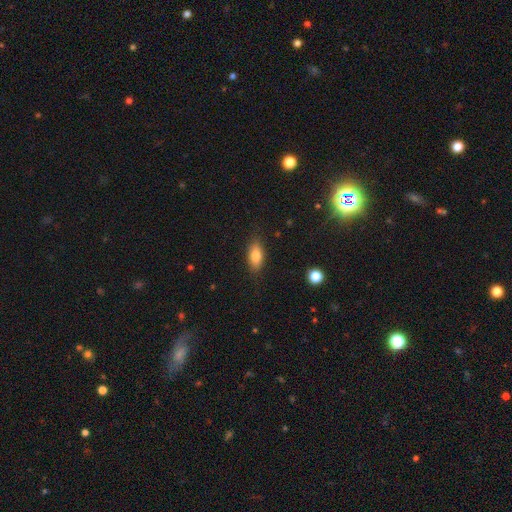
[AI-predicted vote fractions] Smooth or featured?
  - smooth: 80% *
  - featured or disk: 12%
  - star or artifact: 8%
How rounded?
  - in between: 85% *
  - cigar-shaped: 11%
  - round: 5%
Merging?
  - none: 85% *
  - minor disturbance: 11%
  - major disturbance: 3%
  - merger: 1%